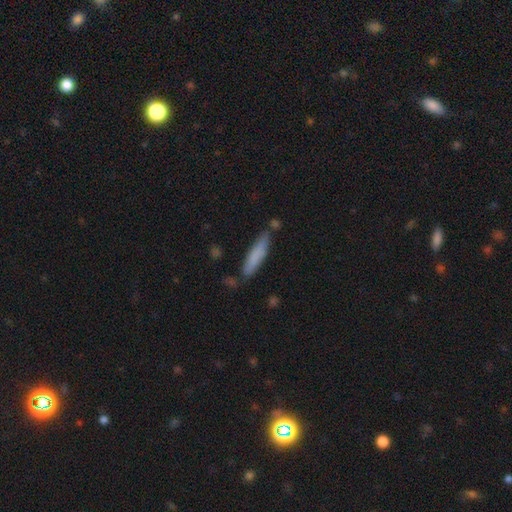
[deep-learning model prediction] Overall: smooth (78%). How rounded: cigar-shaped (86%). Merging: none (75%).